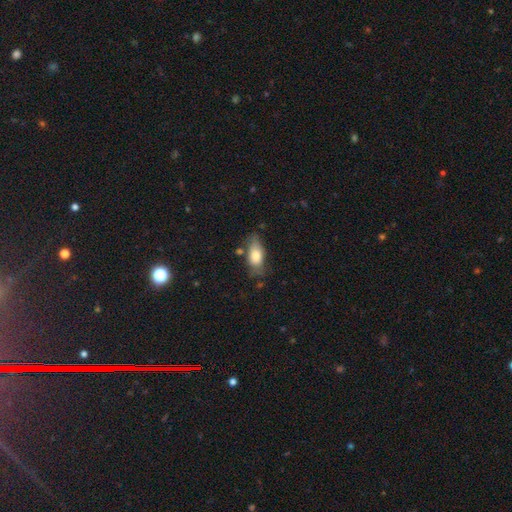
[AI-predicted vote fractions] Smooth or featured? smooth (77%)
How rounded? in between (85%)
Merging? none (63%)